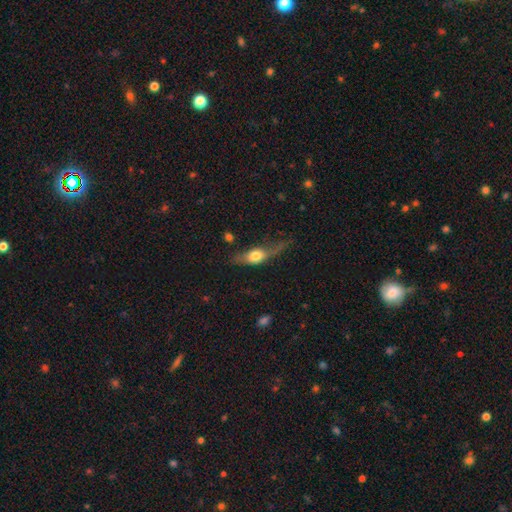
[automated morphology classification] This is possibly a smooth galaxy (51%). How rounded: likely in between (63%). Merging: marginally none (39%).